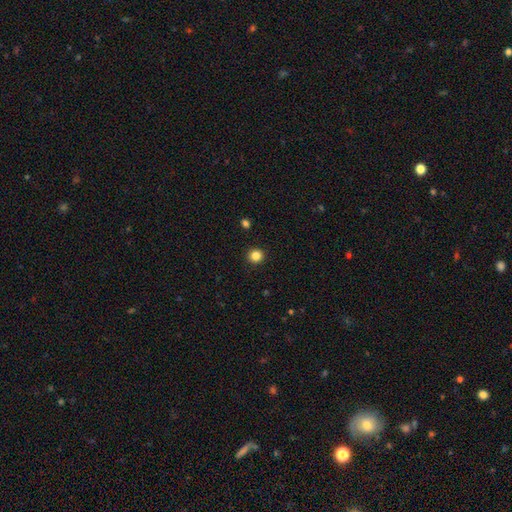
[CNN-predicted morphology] Smooth or featured: smooth — 84% (star or artifact — 12%)
How rounded: round — 94% (in between — 5%)
Merging: none — 93% (minor disturbance — 4%)